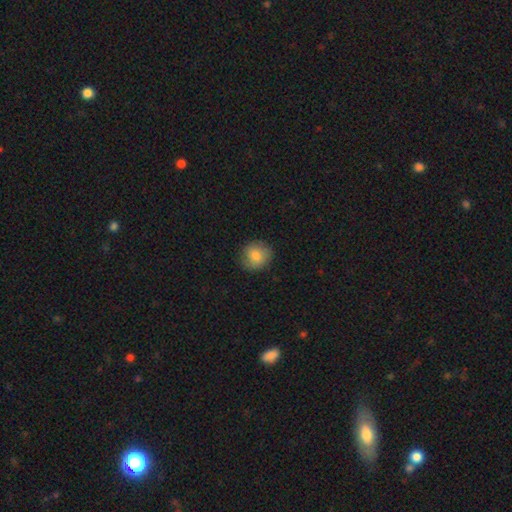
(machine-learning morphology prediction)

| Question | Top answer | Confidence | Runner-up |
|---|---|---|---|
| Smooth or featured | smooth | 82% | featured or disk (10%) |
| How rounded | round | 86% | in between (13%) |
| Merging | none | 85% | minor disturbance (11%) |